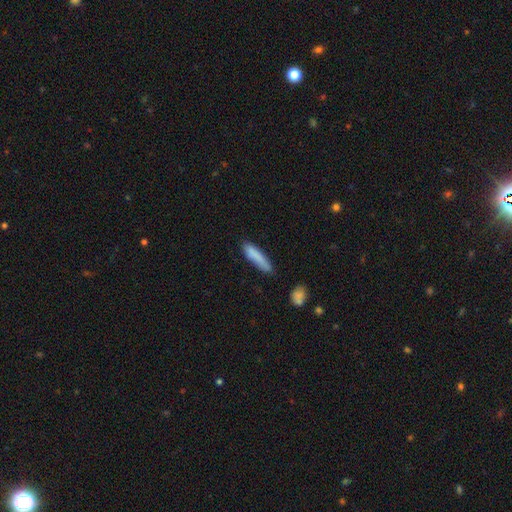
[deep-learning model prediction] The model was most divided on "merging": none: 73%, minor disturbance: 20%, major disturbance: 4%, merger: 3%. More confident: how rounded — cigar-shaped (83%); smooth or featured — smooth (83%).